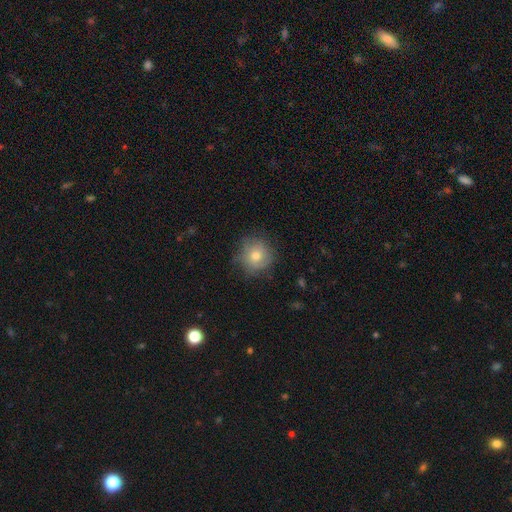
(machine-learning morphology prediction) The model was most divided on "smooth or featured": smooth: 65%, featured or disk: 25%, star or artifact: 11%. More confident: how rounded — round (90%); merging — none (74%).